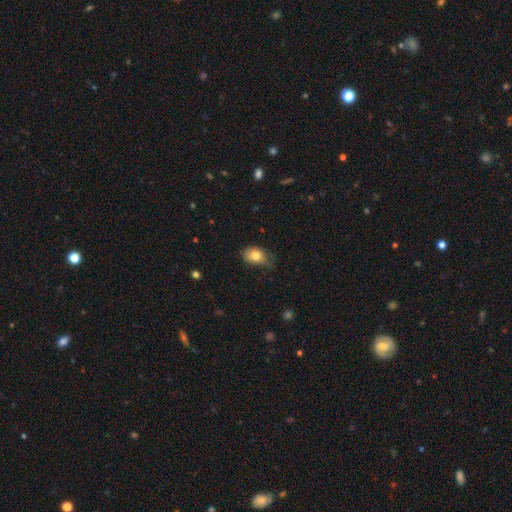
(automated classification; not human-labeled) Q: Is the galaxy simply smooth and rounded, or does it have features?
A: smooth — 79%.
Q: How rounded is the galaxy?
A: in between — 77%.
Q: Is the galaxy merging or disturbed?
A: none — 53%.